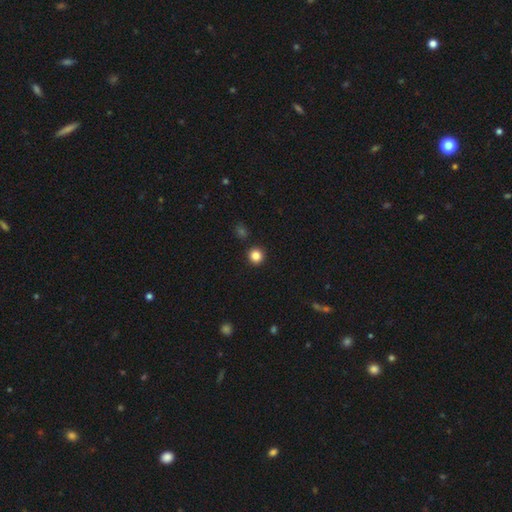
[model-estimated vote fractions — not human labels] The model was most divided on "smooth or featured": smooth: 85%, star or artifact: 11%, featured or disk: 4%. More confident: how rounded — round (94%); merging — none (92%).